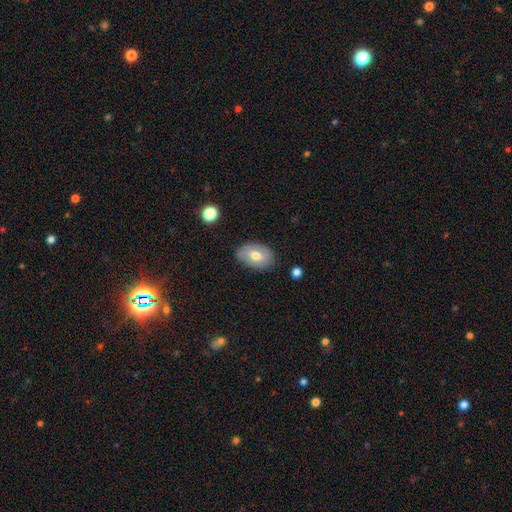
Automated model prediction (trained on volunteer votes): Smooth or featured?
  - smooth: 57% *
  - featured or disk: 36%
  - star or artifact: 7%
How rounded?
  - in between: 85% *
  - round: 14%
  - cigar-shaped: 1%
Merging?
  - none: 77% *
  - minor disturbance: 18%
  - major disturbance: 4%
  - merger: 1%